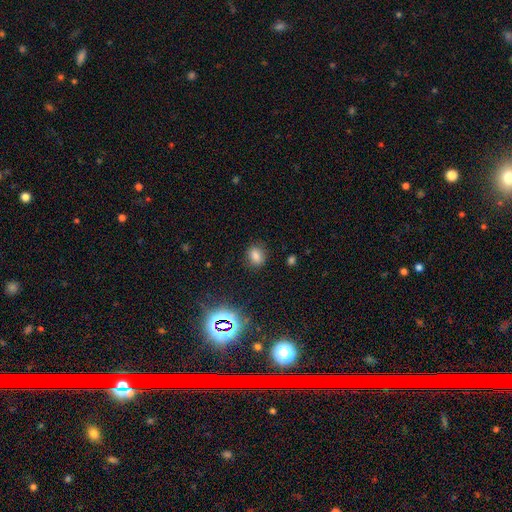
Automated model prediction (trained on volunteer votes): Q: Smooth or featured?
A: smooth (77%); runner-up: star or artifact (16%)
Q: How rounded?
A: in between (54%); runner-up: round (45%)
Q: Merging?
A: none (85%); runner-up: minor disturbance (10%)